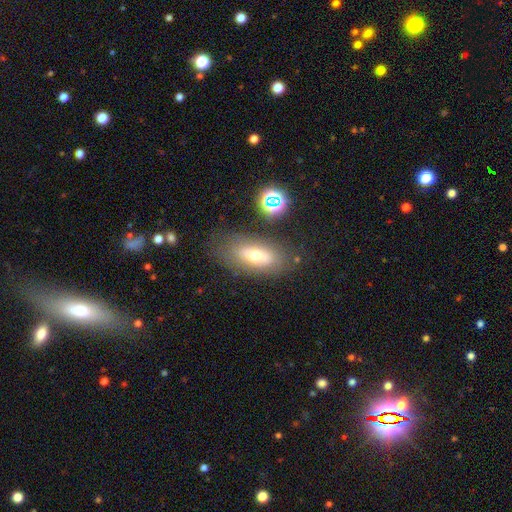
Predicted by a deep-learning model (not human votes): smooth_or_featured: smooth (p=0.60) [alt: featured or disk p=0.29]
how_rounded: in between (p=0.81) [alt: cigar-shaped p=0.14]
merging: none (p=0.73) [alt: minor disturbance p=0.15]